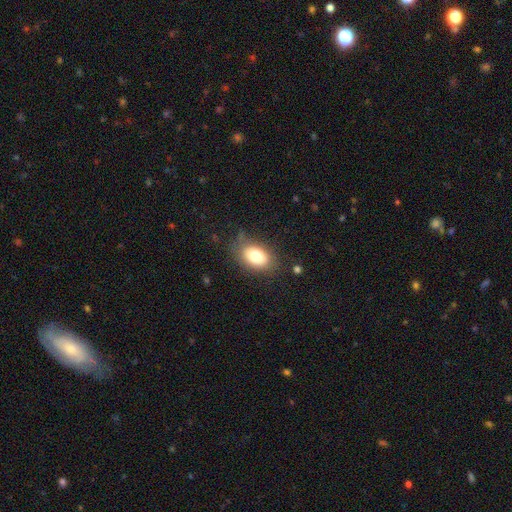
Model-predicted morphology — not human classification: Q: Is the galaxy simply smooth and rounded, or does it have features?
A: smooth — 79%.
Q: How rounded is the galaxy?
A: in between — 88%.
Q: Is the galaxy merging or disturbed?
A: none — 73%.